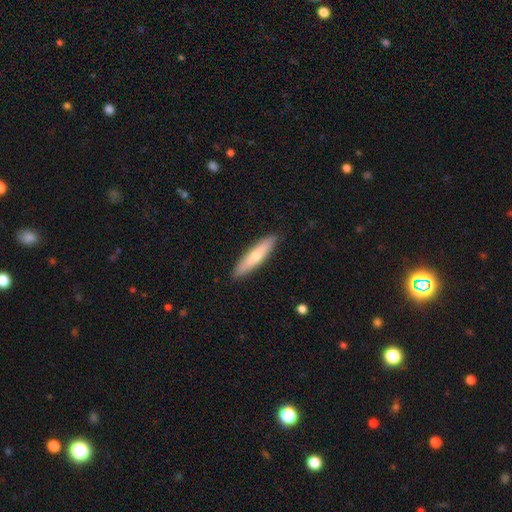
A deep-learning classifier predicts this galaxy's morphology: Overall: smooth (65%; featured or disk 30%). How rounded: cigar-shaped (81%). Merging: none (89%).